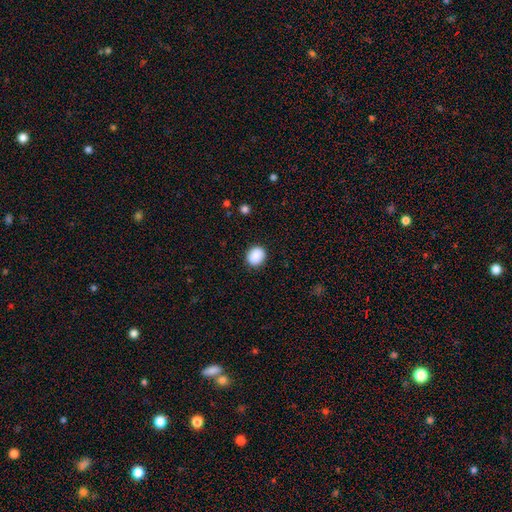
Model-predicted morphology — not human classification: Smooth or featured: smooth — 89% (star or artifact — 8%)
How rounded: round — 70% (in between — 29%)
Merging: none — 89% (minor disturbance — 7%)